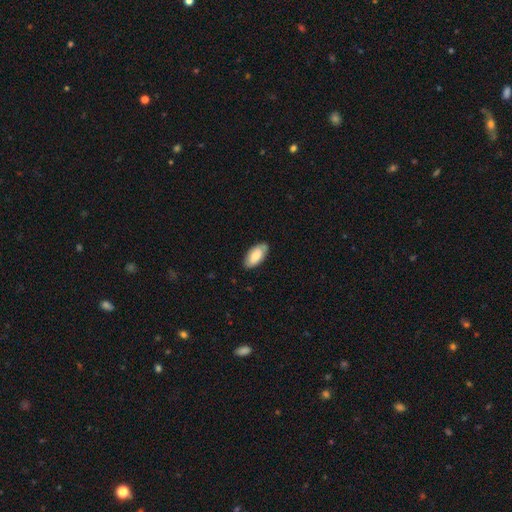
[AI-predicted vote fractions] This is likely a smooth galaxy (74%). How rounded: clearly in between (93%). Merging: clearly none (83%).